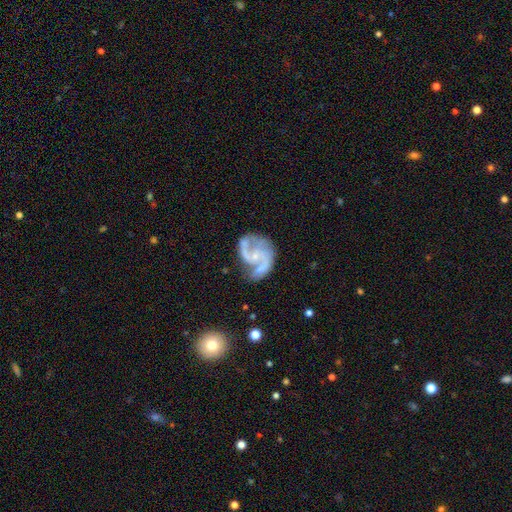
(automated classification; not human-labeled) Smooth or featured? featured or disk (87%)
Edge-on disk? no (98%)
Bar? no (55%)
Spiral arms? yes (95%)
Spiral winding? medium (54%)
Spiral arm count? 2 (81%)
Bulge size? small (68%)
Merging? none (52%)